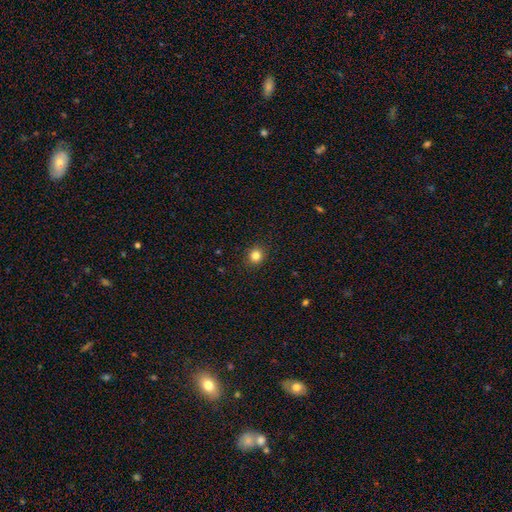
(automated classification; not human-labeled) Smooth or featured: smooth — 83% (star or artifact — 12%)
How rounded: round — 87% (in between — 12%)
Merging: none — 92% (minor disturbance — 6%)